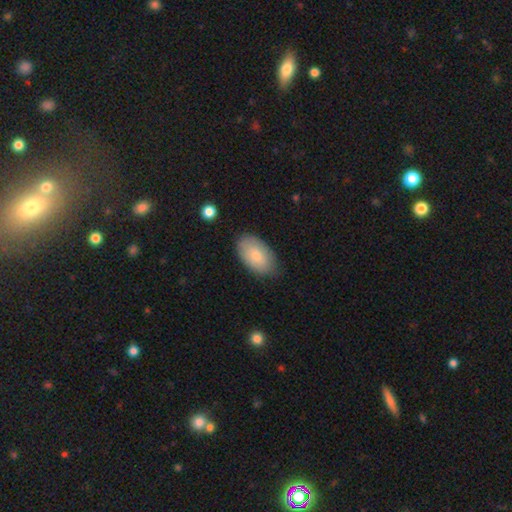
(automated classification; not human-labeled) Smooth or featured: smooth — 79% (featured or disk — 15%)
How rounded: in between — 94% (round — 4%)
Merging: none — 79% (minor disturbance — 17%)